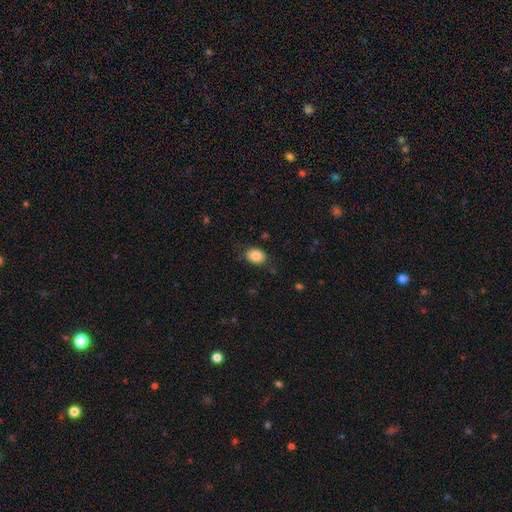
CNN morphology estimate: Smooth or featured?
  - smooth: 86% *
  - star or artifact: 8%
  - featured or disk: 6%
How rounded?
  - in between: 74% *
  - round: 25%
  - cigar-shaped: 1%
Merging?
  - none: 80% *
  - minor disturbance: 15%
  - major disturbance: 4%
  - merger: 1%